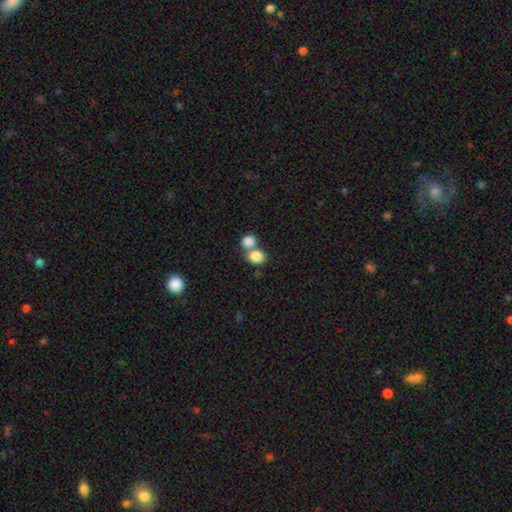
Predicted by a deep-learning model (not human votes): Smooth or featured? smooth (84%)
How rounded? round (65%)
Merging? merger (51%)